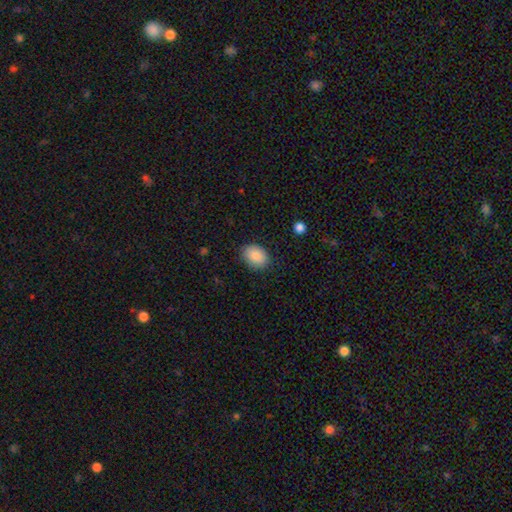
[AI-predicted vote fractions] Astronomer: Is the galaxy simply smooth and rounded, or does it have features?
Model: smooth — 87%.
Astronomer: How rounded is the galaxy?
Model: in between — 70%.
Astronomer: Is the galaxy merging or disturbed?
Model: none — 86%.